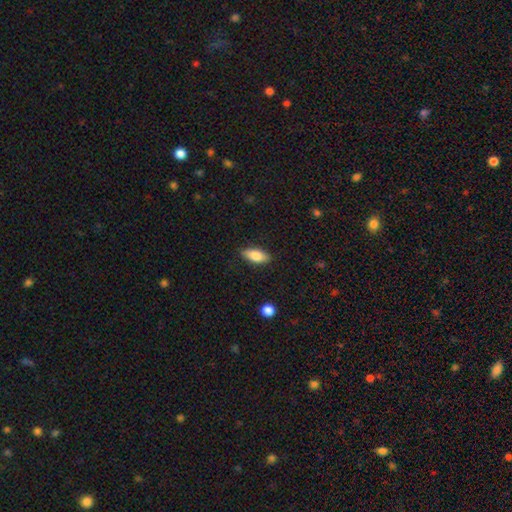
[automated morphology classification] Q: Smooth or featured?
A: smooth (81%); runner-up: featured or disk (12%)
Q: How rounded?
A: in between (83%); runner-up: cigar-shaped (14%)
Q: Merging?
A: none (87%); runner-up: minor disturbance (10%)